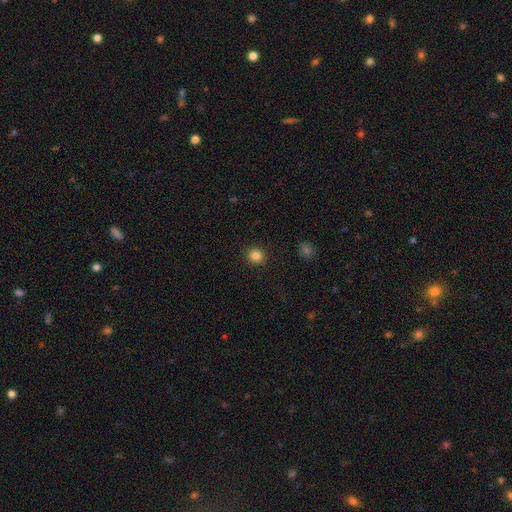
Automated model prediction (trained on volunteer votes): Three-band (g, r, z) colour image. It shows a smooth galaxy with no disk features (84%) that is round (93%). Merging: none (92%).